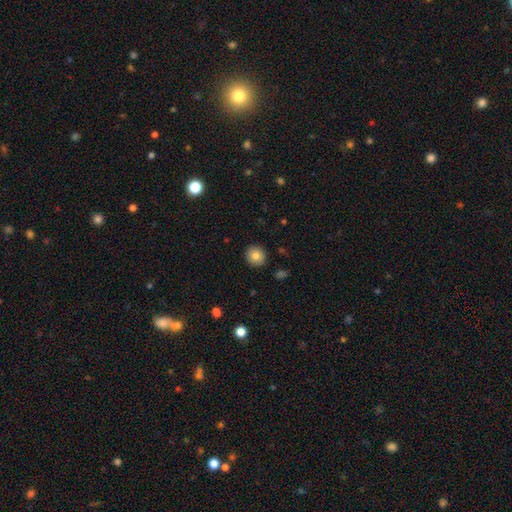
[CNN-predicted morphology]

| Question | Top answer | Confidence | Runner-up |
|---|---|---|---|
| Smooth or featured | smooth | 82% | star or artifact (9%) |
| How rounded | round | 91% | in between (8%) |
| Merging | none | 91% | minor disturbance (6%) |